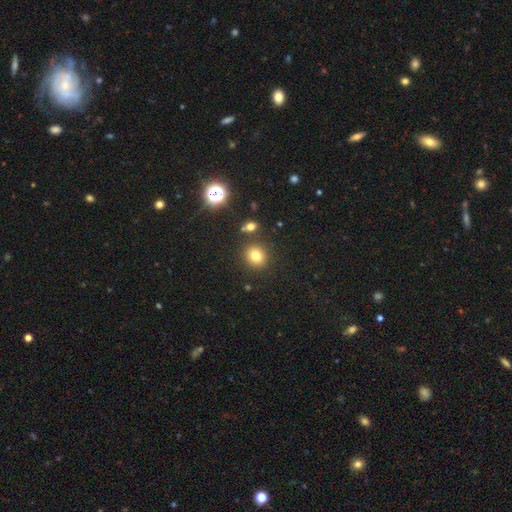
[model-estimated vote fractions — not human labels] A smooth galaxy with no disk features (77%) that is round (78%). Merging: none (84%).